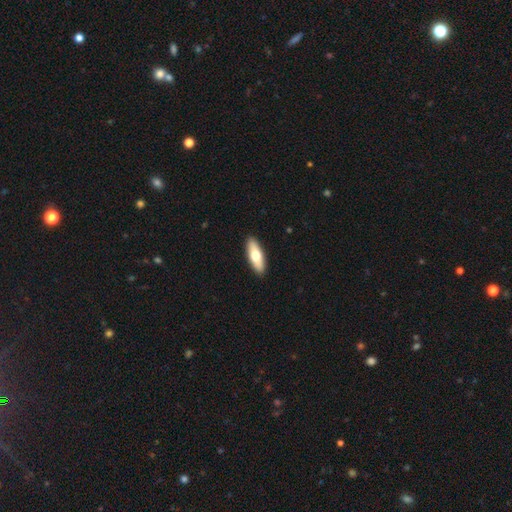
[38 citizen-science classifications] Smooth or featured? 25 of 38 (66%) said smooth. How rounded? 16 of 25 (64%) said cigar-shaped. Merging? 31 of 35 (89%) said none.